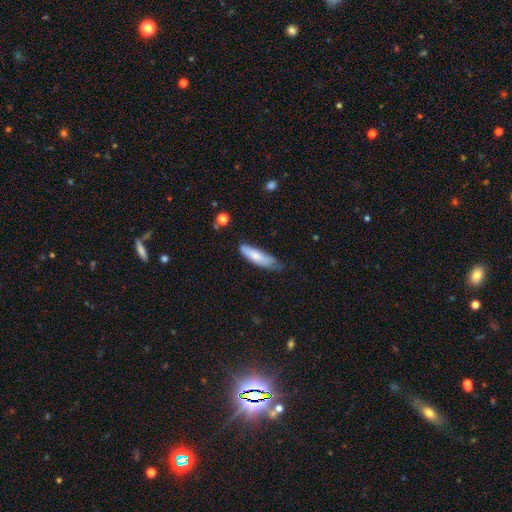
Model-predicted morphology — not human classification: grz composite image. It shows a smooth galaxy with no disk features (76%) that is cigar-shaped (58%). Merging: none (49%).